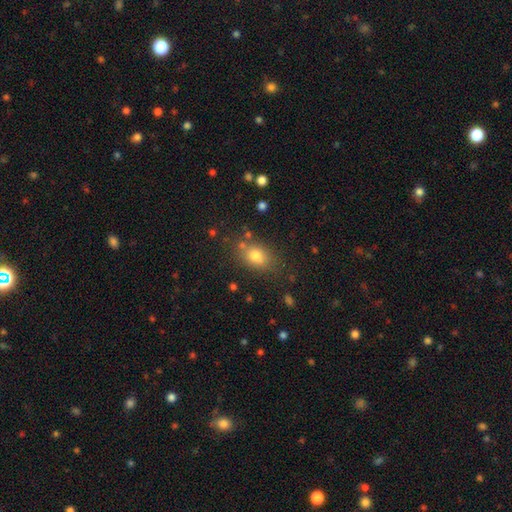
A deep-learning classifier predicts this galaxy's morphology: Q: Smooth or featured?
A: smooth (77%); runner-up: star or artifact (13%)
Q: How rounded?
A: in between (72%); runner-up: round (26%)
Q: Merging?
A: none (74%); runner-up: minor disturbance (15%)